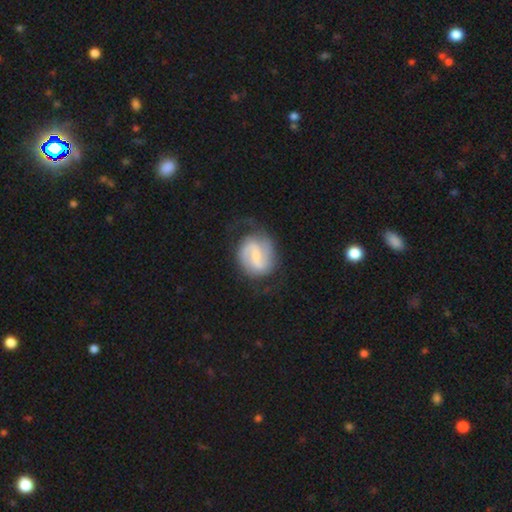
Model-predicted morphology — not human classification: Q: Smooth or featured?
A: featured or disk (73%); runner-up: smooth (21%)
Q: Edge-on disk?
A: no (98%); runner-up: yes (2%)
Q: Bar?
A: weak (51%); runner-up: strong (29%)
Q: Spiral arms?
A: yes (93%); runner-up: no (7%)
Q: Spiral winding?
A: medium (44%); runner-up: loose (32%)
Q: Spiral arm count?
A: 2 (85%); runner-up: can't tell (8%)
Q: Bulge size?
A: small (51%); runner-up: moderate (25%)
Q: Merging?
A: none (63%); runner-up: minor disturbance (21%)